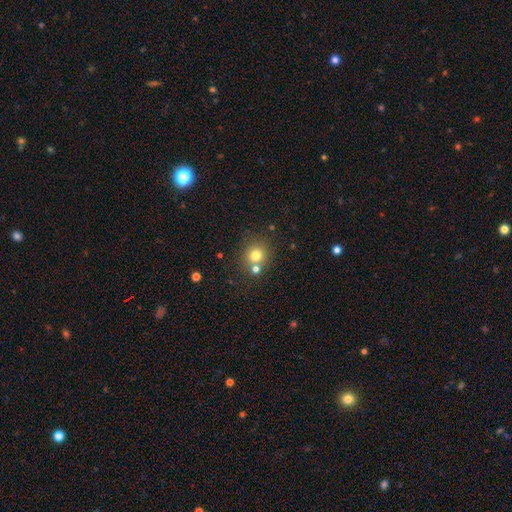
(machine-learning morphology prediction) This appears to be a smooth galaxy with no disk features (76%) that is round (87%). Merging: none (67%).